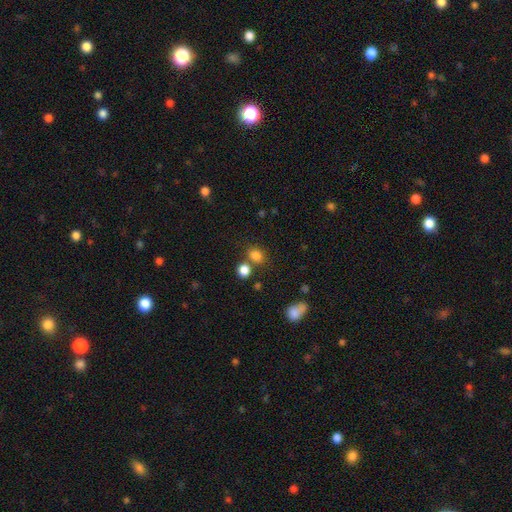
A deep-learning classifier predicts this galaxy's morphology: A smooth galaxy with no disk features (80%) that is round (63%). Merging: none (63%).